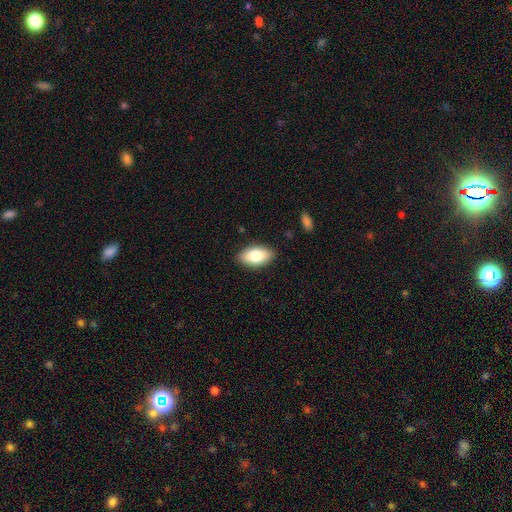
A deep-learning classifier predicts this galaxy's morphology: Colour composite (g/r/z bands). It shows a smooth galaxy with no disk features (79%) that is in between round and cigar-shaped (93%). Merging: none (88%).